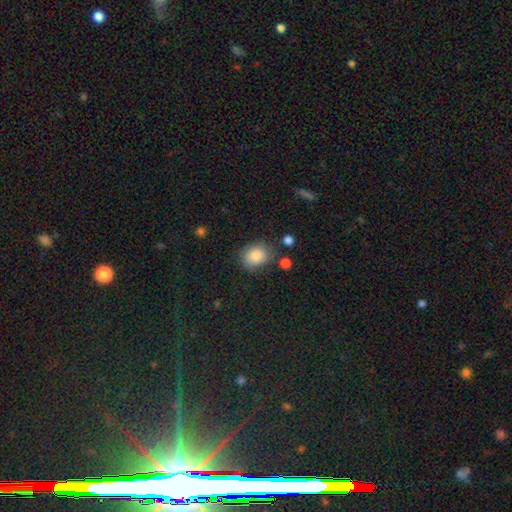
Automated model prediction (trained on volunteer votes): Smooth or featured? Predicted: smooth (p=0.85). How rounded? Predicted: round (p=0.55). Merging? Predicted: none (p=0.71).